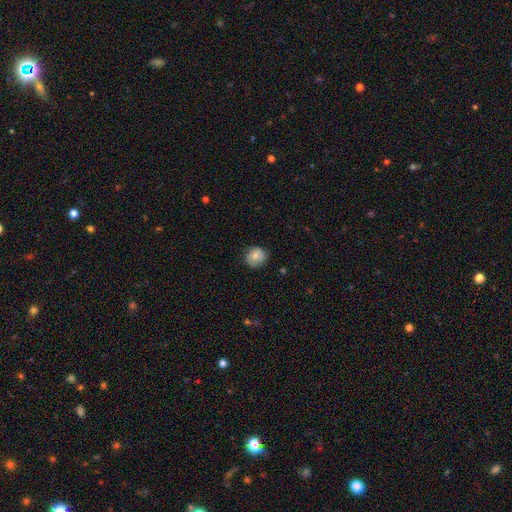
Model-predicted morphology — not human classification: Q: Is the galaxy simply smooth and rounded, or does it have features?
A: smooth — 64%.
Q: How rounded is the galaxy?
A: round — 84%.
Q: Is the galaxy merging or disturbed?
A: none — 76%.